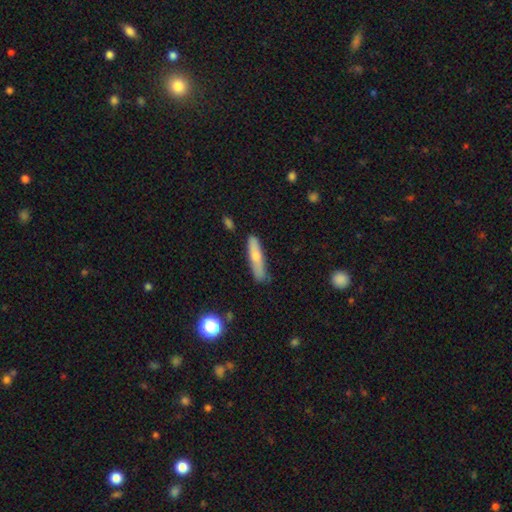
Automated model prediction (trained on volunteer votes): Smooth or featured? Predicted: smooth (p=0.61). How rounded? Predicted: cigar-shaped (p=0.83). Merging? Predicted: none (p=0.77).